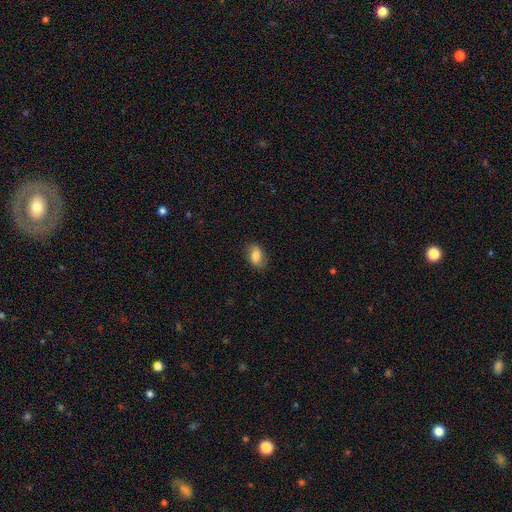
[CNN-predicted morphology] Smooth or featured: smooth — 78% (featured or disk — 14%)
How rounded: in between — 85% (round — 13%)
Merging: none — 78% (minor disturbance — 16%)